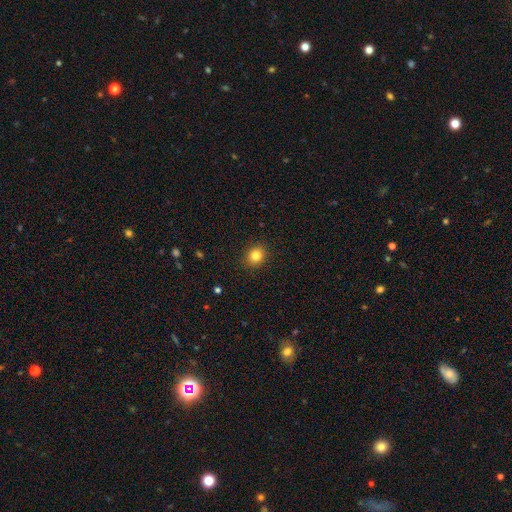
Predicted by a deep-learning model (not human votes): Smooth or featured? smooth (82%)
How rounded? round (74%)
Merging? none (90%)